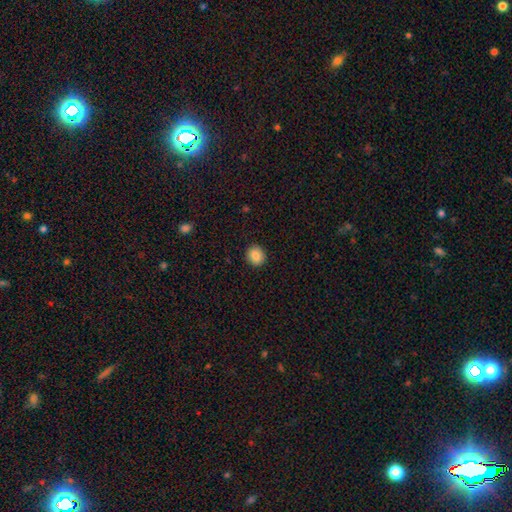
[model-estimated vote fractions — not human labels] This is clearly a smooth galaxy (87%). How rounded: clearly round (82%). Merging: clearly none (92%).